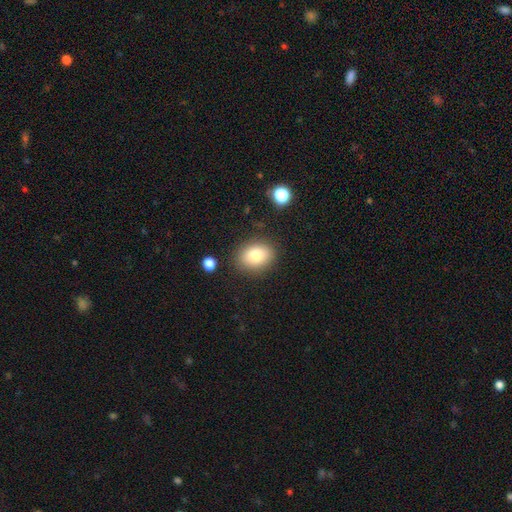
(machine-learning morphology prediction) A smooth galaxy with no disk features (78%) that is in between round and cigar-shaped (63%). Merging: none (85%).